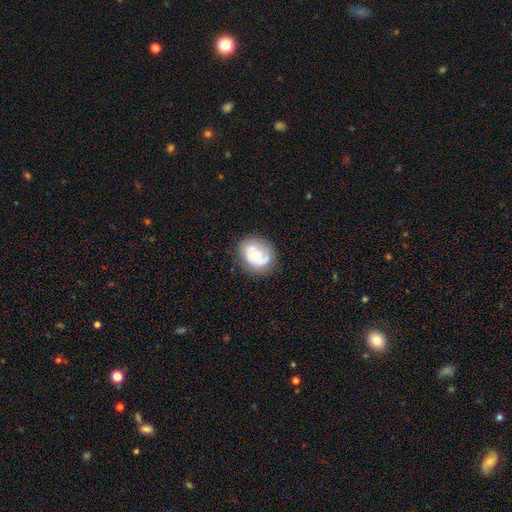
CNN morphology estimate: A featured or disk galaxy (55%) with no bar (77%), spiral arms (73%) and a moderate central bulge (52%).

Vote fractions:
- Smooth or featured? featured or disk: 55% / smooth: 37% / star or artifact: 7%
- Edge-on disk? no: 97% / yes: 3%
- Bar? no: 77% / weak: 20% / strong: 4%
- Spiral arms? yes: 73% / no: 27%
- Bulge size? moderate: 52% / small: 41% / large: 4% / none: 2% / dominant: 1%
- Merging? none: 74% / minor disturbance: 18% / major disturbance: 7% / merger: 2%